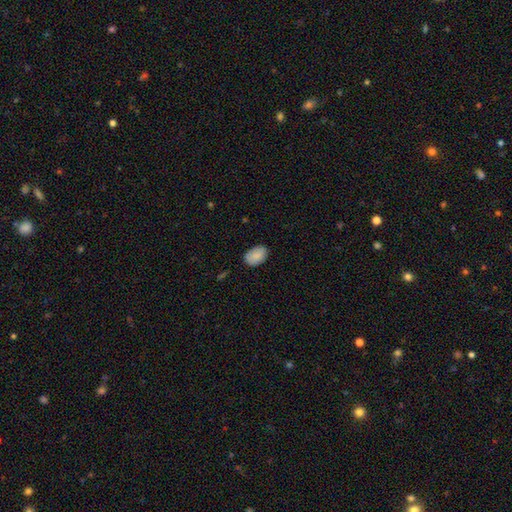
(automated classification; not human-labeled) Smooth or featured? smooth (85%)
How rounded? in between (88%)
Merging? none (82%)